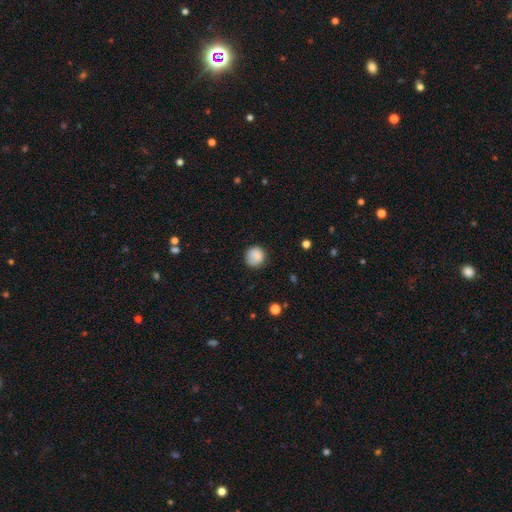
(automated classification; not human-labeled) A smooth galaxy with no disk features (86%) that is round (89%). Merging: none (79%).